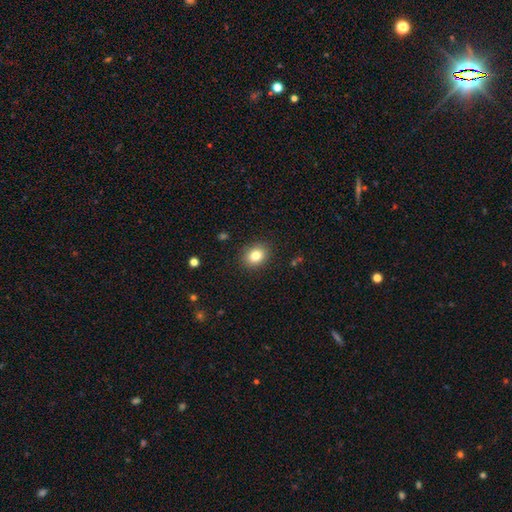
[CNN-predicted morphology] Overall: smooth (82%). How rounded: round (53%; in between 46%). Merging: none (88%).